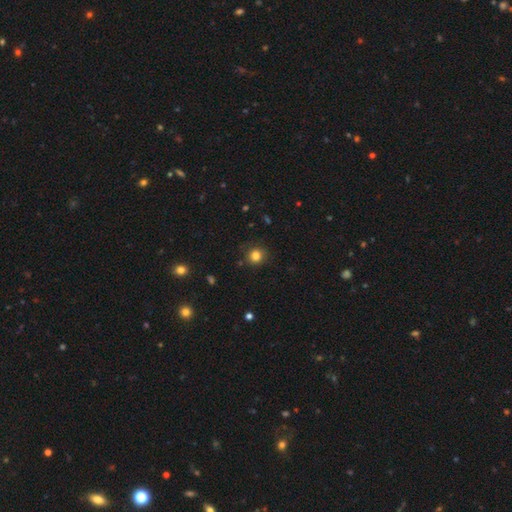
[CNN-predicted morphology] Smooth or featured?
  - smooth: 82% *
  - star or artifact: 13%
  - featured or disk: 5%
How rounded?
  - round: 90% *
  - in between: 9%
  - cigar-shaped: 1%
Merging?
  - none: 86% *
  - minor disturbance: 10%
  - major disturbance: 3%
  - merger: 2%